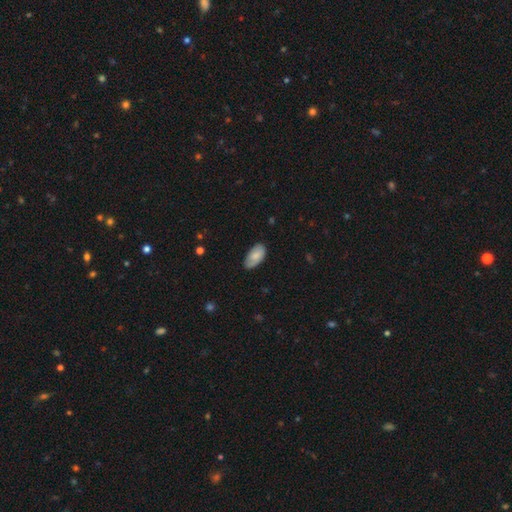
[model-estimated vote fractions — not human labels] smooth_or_featured: smooth (p=0.77) [alt: featured or disk p=0.17]
how_rounded: in between (p=0.95) [alt: cigar-shaped p=0.03]
merging: none (p=0.71) [alt: minor disturbance p=0.23]